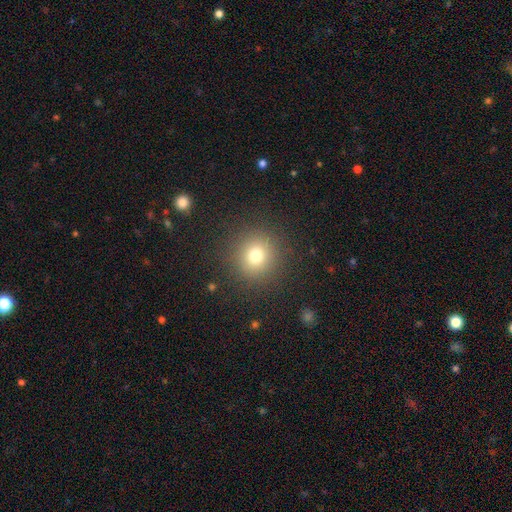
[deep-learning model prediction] The model was most divided on "smooth or featured": smooth: 74%, star or artifact: 17%, featured or disk: 9%. More confident: how rounded — round (93%); merging — none (89%).